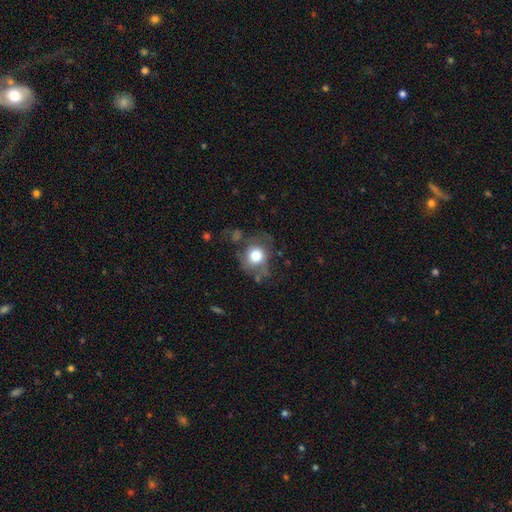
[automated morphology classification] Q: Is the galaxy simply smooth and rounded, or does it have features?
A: smooth — 73%.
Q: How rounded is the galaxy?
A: round — 81%.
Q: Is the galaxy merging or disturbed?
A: none — 59%.